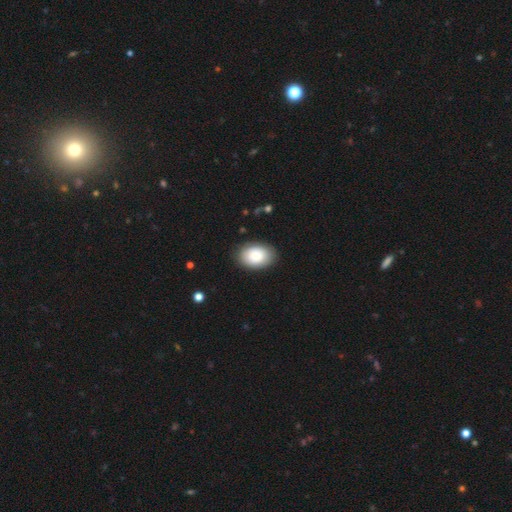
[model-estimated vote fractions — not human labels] A smooth galaxy with no disk features (85%) that is in between round and cigar-shaped (83%). Merging: none (86%).